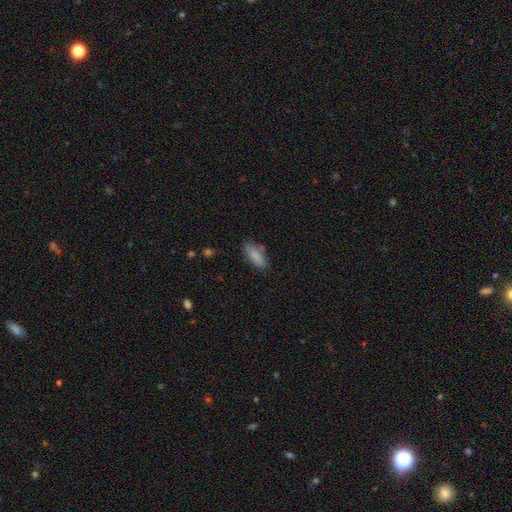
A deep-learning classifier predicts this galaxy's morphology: A smooth galaxy with no disk features (85%) that is in between round and cigar-shaped (77%). Merging: none (73%).